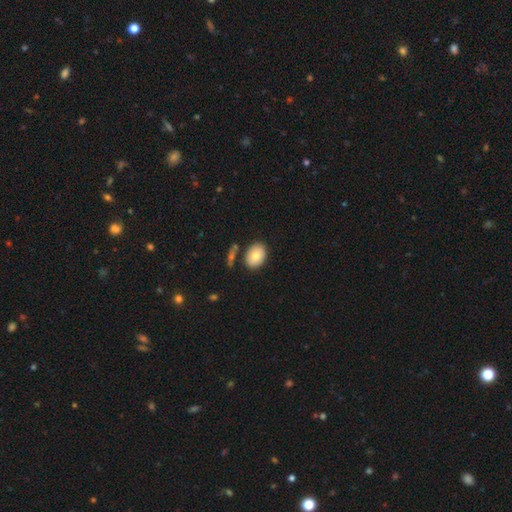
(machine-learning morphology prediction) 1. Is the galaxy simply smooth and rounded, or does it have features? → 78% smooth, 16% featured or disk, 7% star or artifact.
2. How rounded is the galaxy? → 81% in between, 18% round, 1% cigar-shaped.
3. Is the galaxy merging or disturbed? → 78% none, 11% minor disturbance, 7% merger, 3% major disturbance.